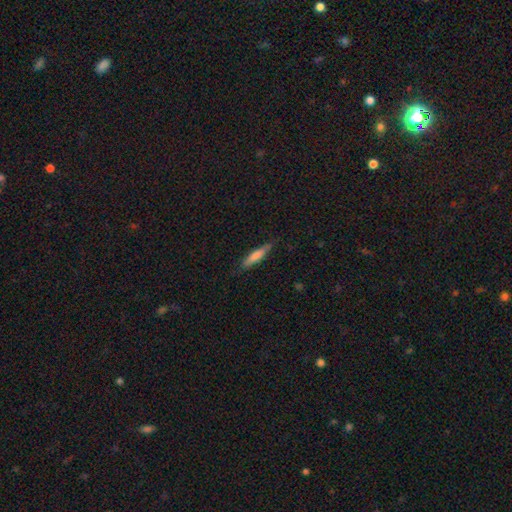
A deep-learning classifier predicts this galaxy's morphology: Overall: smooth (57%; featured or disk 36%). How rounded: cigar-shaped (90%). Merging: none (85%).